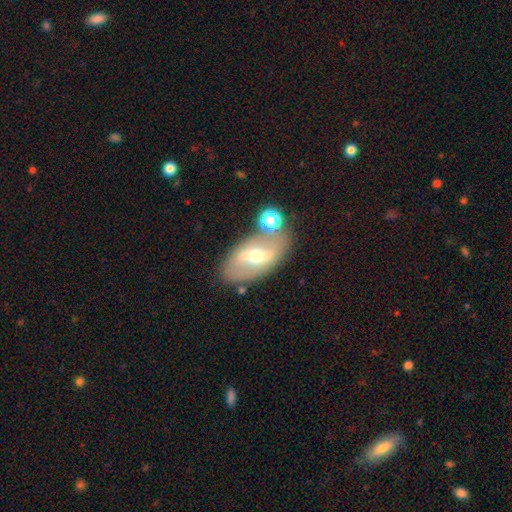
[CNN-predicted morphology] This appears to be a featured or disk galaxy (68%) with a strong bar (53%), no spiral arms (52%) and a moderate central bulge (66%). Merging: none (70%).